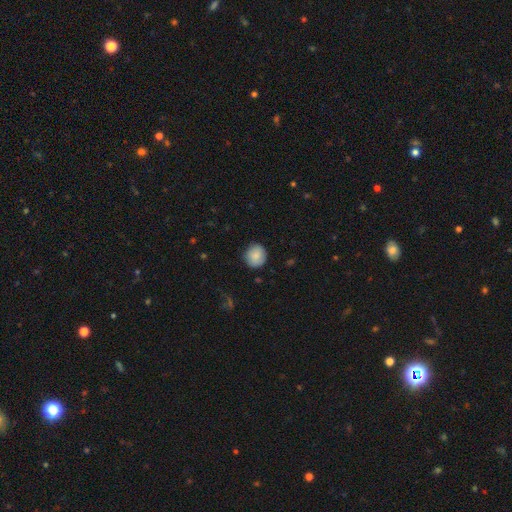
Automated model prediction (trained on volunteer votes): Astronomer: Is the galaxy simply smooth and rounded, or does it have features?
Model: smooth — 86%.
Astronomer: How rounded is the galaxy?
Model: round — 87%.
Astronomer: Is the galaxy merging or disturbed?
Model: none — 86%.